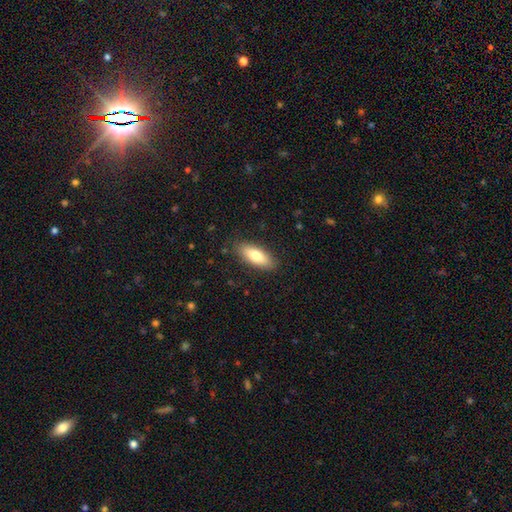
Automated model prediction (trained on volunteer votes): Smooth or featured: smooth — 76% (featured or disk — 18%)
How rounded: in between — 72% (cigar-shaped — 26%)
Merging: none — 87% (minor disturbance — 10%)